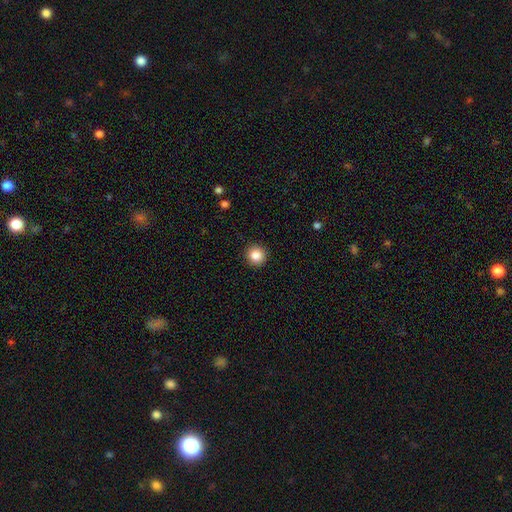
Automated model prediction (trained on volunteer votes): This appears to be a smooth galaxy with no disk features (86%) that is round (94%). Merging: none (92%).